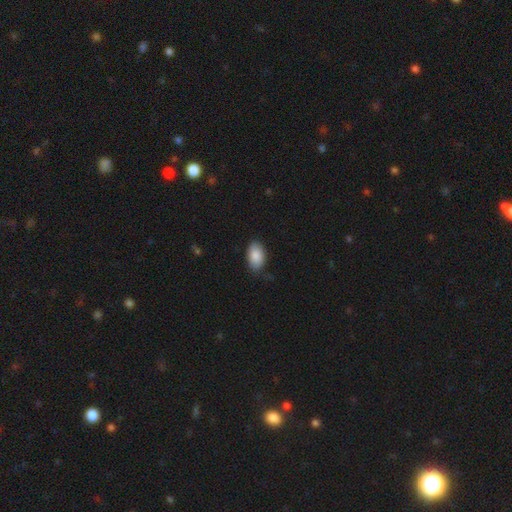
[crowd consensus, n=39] A smooth galaxy with no disk features (92%) that is in between round and cigar-shaped (89%). Merging: none (76%).